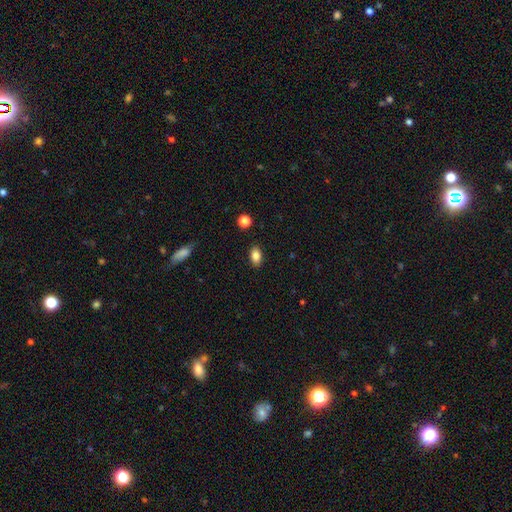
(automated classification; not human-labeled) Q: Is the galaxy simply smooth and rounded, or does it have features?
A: smooth — 85%.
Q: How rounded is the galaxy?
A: in between — 88%.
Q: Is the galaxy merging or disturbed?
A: none — 88%.